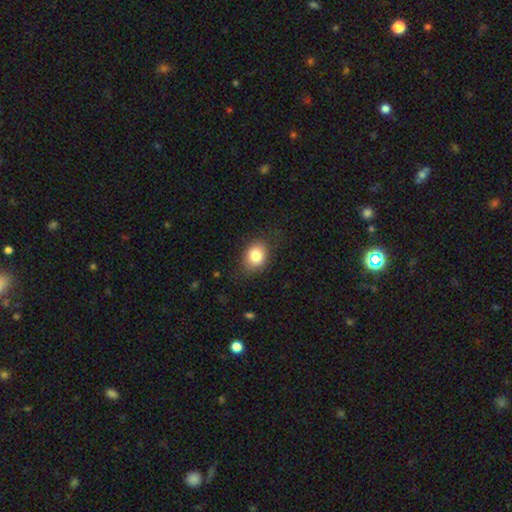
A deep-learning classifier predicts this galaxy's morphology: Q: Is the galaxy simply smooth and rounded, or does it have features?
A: smooth — 82%.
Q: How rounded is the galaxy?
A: in between — 56%.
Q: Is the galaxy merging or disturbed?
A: none — 76%.